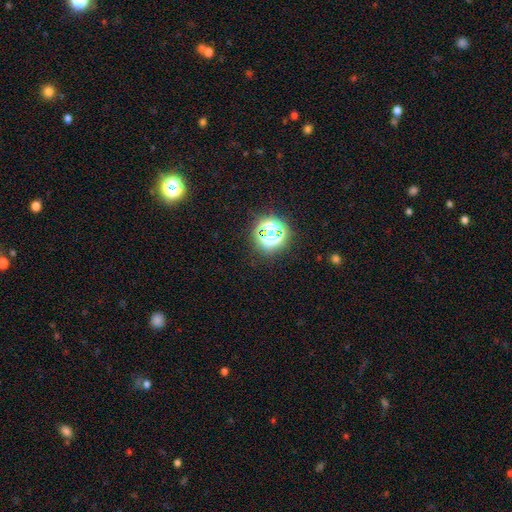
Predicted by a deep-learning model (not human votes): A star or artifact, not a galaxy (76%).